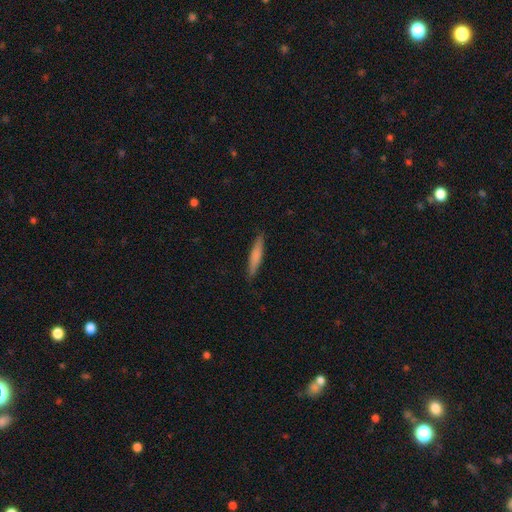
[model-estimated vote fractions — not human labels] smooth-or-featured: smooth: 72% | featured or disk: 22% | star or artifact: 6%
  how-rounded: cigar-shaped: 90% | in between: 9% | round: 1%
  merging: none: 87% | minor disturbance: 10% | major disturbance: 2% | merger: 1%